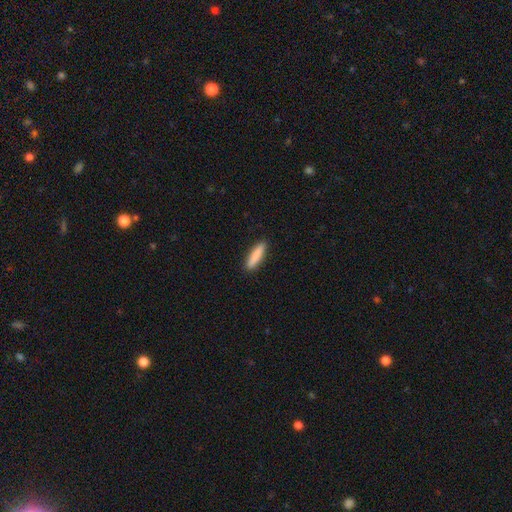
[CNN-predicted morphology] Smooth or featured: smooth — 87% (featured or disk — 8%)
How rounded: cigar-shaped — 77% (in between — 22%)
Merging: none — 91% (minor disturbance — 7%)